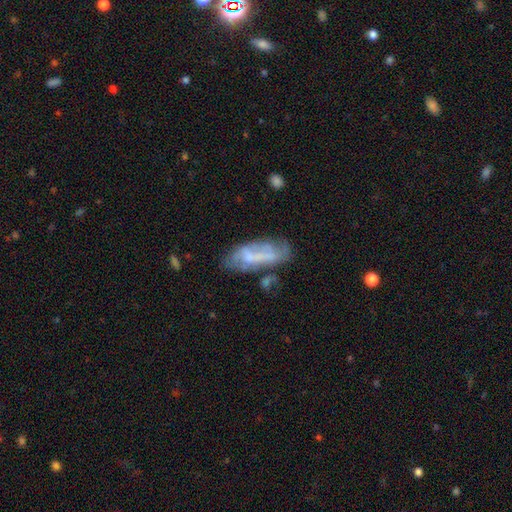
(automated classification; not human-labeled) This is possibly a featured or disk galaxy (52%). It is clearly not viewed edge-on (84%). Merging: possibly none (46%).